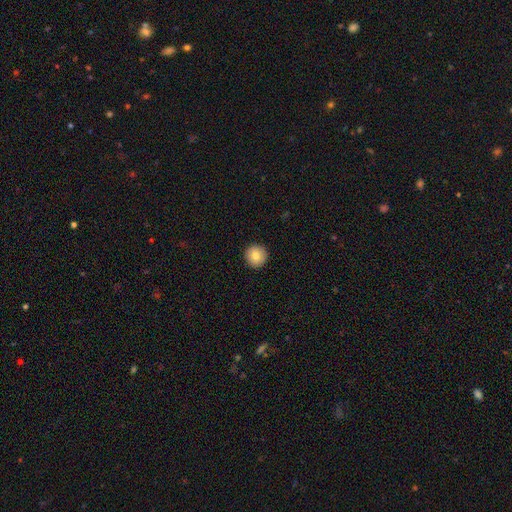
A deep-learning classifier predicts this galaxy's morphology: Smooth or featured?
  - smooth: 82% *
  - featured or disk: 10%
  - star or artifact: 8%
How rounded?
  - round: 96% *
  - in between: 3%
  - cigar-shaped: 1%
Merging?
  - none: 93% *
  - minor disturbance: 5%
  - major disturbance: 1%
  - merger: 1%